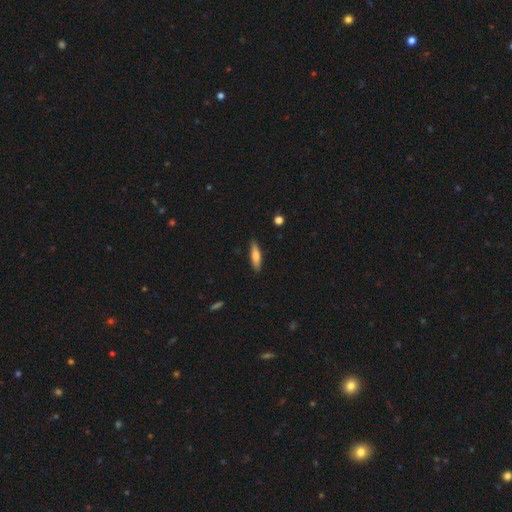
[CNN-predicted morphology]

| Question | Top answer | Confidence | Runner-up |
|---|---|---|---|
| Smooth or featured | smooth | 68% | featured or disk (26%) |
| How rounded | cigar-shaped | 70% | in between (29%) |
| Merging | none | 88% | minor disturbance (9%) |